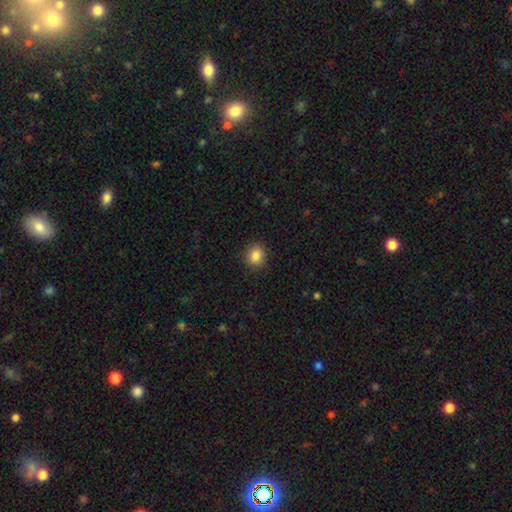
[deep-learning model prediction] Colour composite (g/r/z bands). It shows a smooth galaxy with no disk features (85%) that is round (75%). Merging: none (89%).